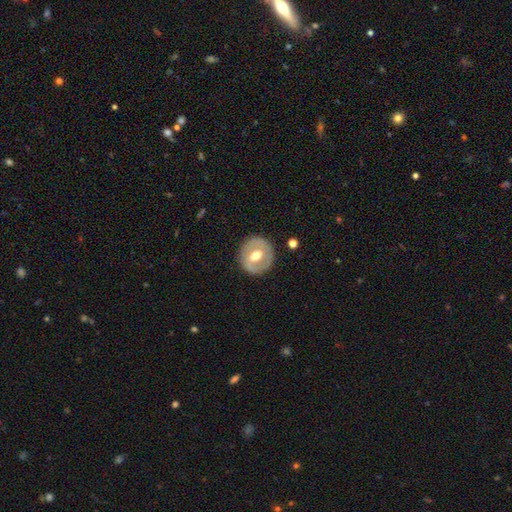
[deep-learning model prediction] Morphology: type=featured or disk (57%); edge-on=no (95%); bar=weak (43%); spiral arms=no (70%); bulge=moderate (78%); merging=none (86%).